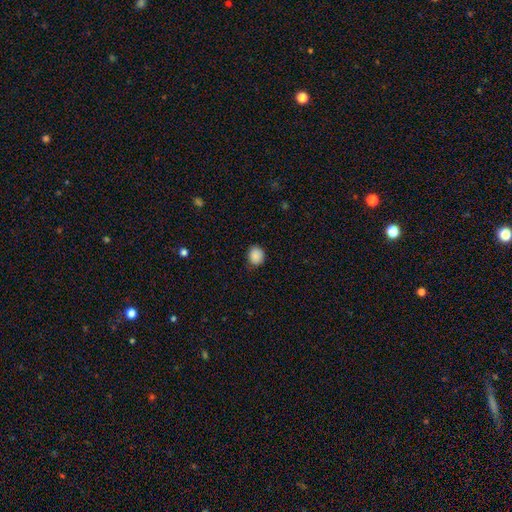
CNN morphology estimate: smooth-or-featured: smooth: 88% | star or artifact: 9% | featured or disk: 3%
  how-rounded: round: 71% | in between: 28% | cigar-shaped: 1%
  merging: none: 81% | minor disturbance: 15% | major disturbance: 3% | merger: 1%